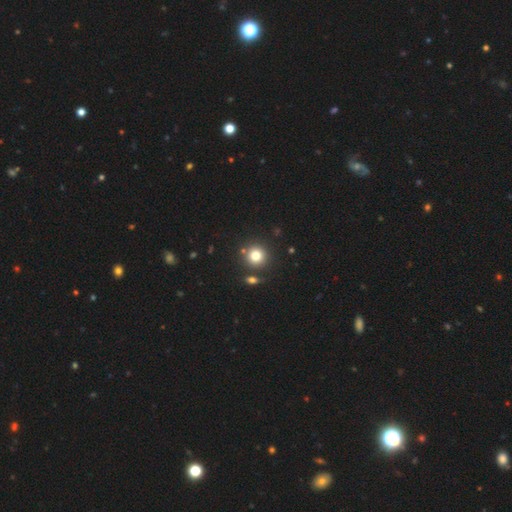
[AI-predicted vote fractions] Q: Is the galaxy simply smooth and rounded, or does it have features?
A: smooth — 79%.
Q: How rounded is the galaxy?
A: round — 93%.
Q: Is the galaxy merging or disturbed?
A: none — 81%.